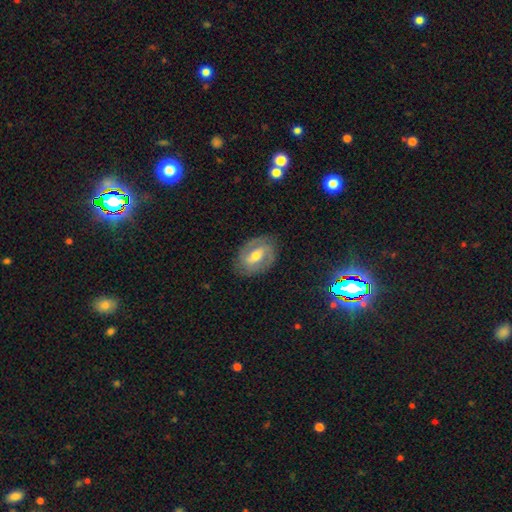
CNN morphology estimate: Smooth or featured: featured or disk — 71% (smooth — 20%)
Edge-on disk: no — 95% (yes — 5%)
Bar: weak — 44% (strong — 35%)
Spiral arms: yes — 80% (no — 20%)
Spiral winding: tight — 47% (medium — 40%)
Spiral arm count: 2 — 77% (can't tell — 14%)
Bulge size: moderate — 64% (small — 29%)
Merging: none — 81% (minor disturbance — 13%)